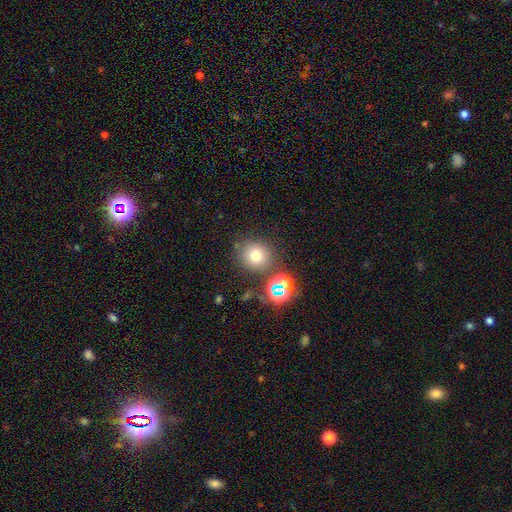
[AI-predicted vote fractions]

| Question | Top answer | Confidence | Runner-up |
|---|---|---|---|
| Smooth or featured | smooth | 71% | star or artifact (20%) |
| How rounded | round | 88% | in between (11%) |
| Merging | none | 78% | minor disturbance (10%) |